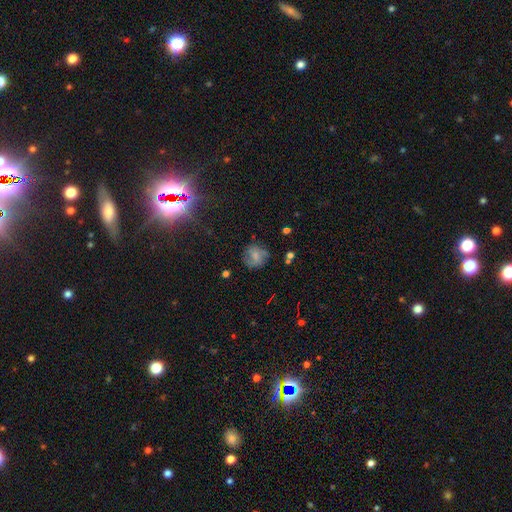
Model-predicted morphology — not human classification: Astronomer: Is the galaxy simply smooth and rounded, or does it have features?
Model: smooth — 57%.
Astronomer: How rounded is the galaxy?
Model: round — 80%.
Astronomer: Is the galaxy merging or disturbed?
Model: none — 71%.